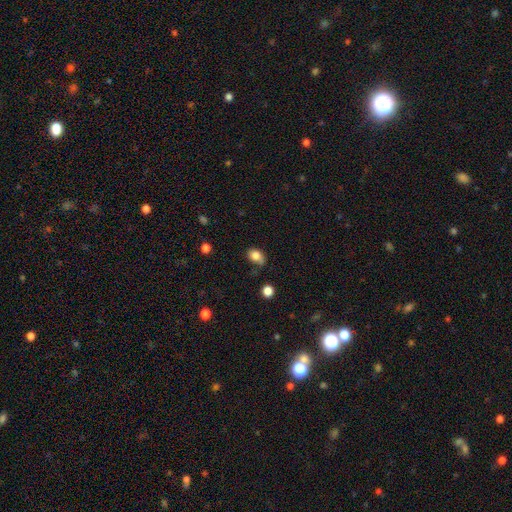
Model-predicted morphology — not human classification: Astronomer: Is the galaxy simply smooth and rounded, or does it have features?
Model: smooth — 82%.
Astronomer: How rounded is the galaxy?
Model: in between — 66%.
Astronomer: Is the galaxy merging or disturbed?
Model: none — 53% (runner-up: minor disturbance, 31%).